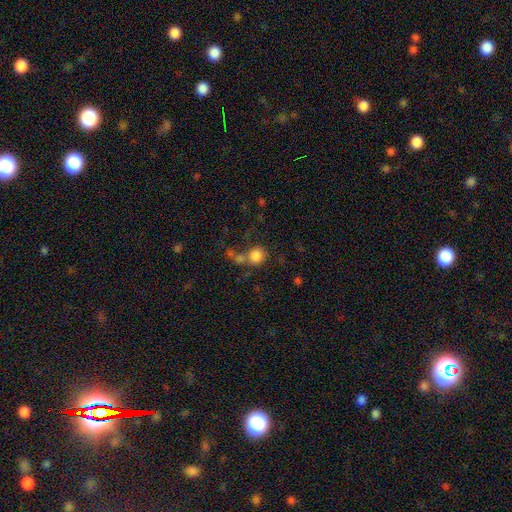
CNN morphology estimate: Overall: smooth (82%). How rounded: round (83%). Merging: none (53%; merger 29%).